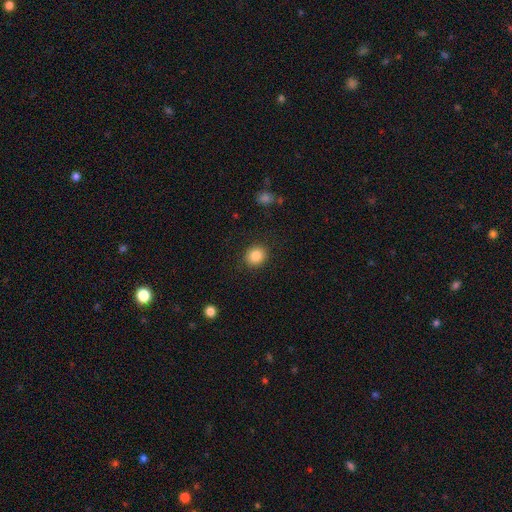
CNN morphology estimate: Smooth or featured?
  - smooth: 85% *
  - star or artifact: 10%
  - featured or disk: 5%
How rounded?
  - round: 80% *
  - in between: 19%
  - cigar-shaped: 1%
Merging?
  - none: 89% *
  - minor disturbance: 7%
  - major disturbance: 2%
  - merger: 1%